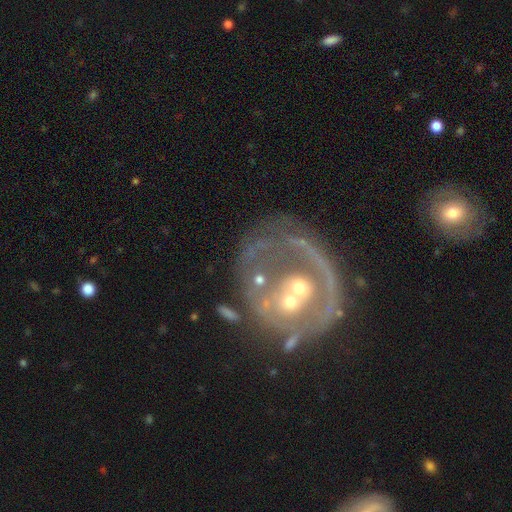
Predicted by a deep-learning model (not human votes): Smooth or featured? Predicted: featured or disk (p=0.74). Edge-on disk? Predicted: no (p=0.97). Bar? Predicted: no (p=0.78). Spiral arms? Predicted: no (p=0.59). Bulge size? Predicted: moderate (p=0.46). Merging? Predicted: none (p=0.32).